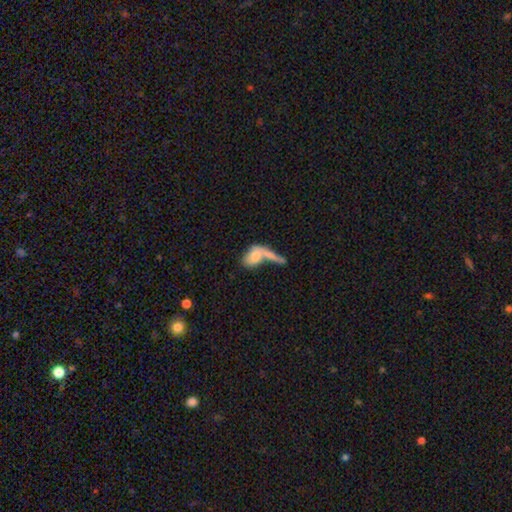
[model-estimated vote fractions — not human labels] Overall: smooth (65%; featured or disk 27%). How rounded: in between (75%). Merging: merger (51%; none 21%).